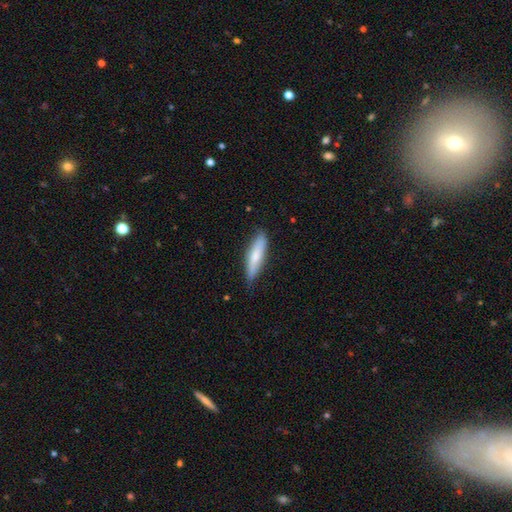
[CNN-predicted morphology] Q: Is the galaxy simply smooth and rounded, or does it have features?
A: smooth — 68%.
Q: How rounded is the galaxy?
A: cigar-shaped — 72%.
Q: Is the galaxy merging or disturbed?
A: none — 79%.